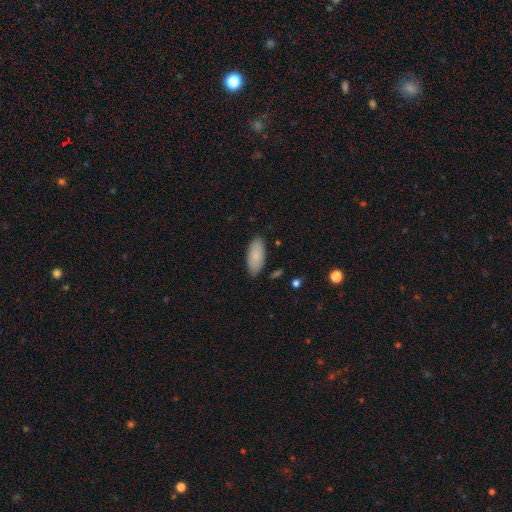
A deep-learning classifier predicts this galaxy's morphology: Smooth or featured: smooth — 83% (featured or disk — 11%)
How rounded: in between — 88% (cigar-shaped — 10%)
Merging: none — 87% (minor disturbance — 10%)